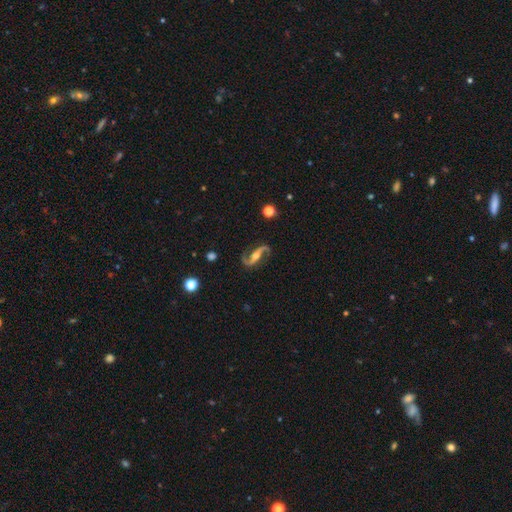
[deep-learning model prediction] This appears to be a featured or disk galaxy (92%) with a strong bar (36%), 2 (94%) loose (76%) spiral arms (98%) and a moderate central bulge (63%). Merging: none (82%).